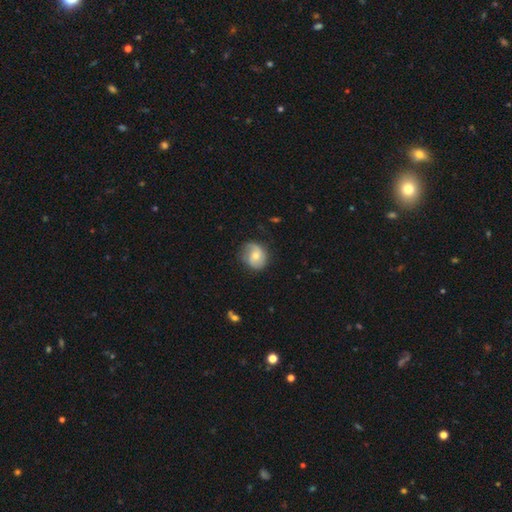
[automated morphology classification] The model was most divided on "bulge size": moderate: 50%, small: 45%, large: 3%, none: 2%, dominant: 1%. More confident: edge-on disk — no (97%); spiral arms — yes (85%); bar — no (68%); merging — none (67%); smooth or featured — featured or disk (53%).